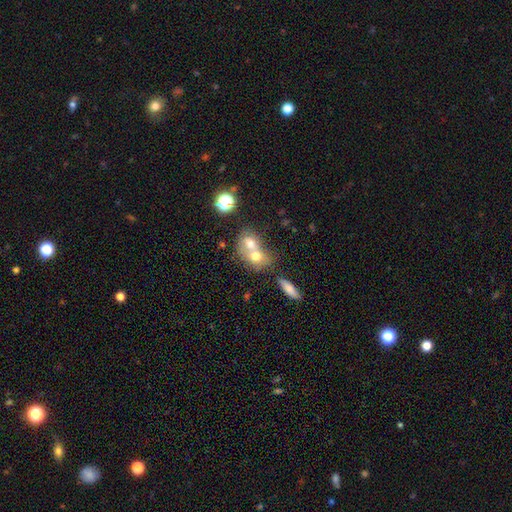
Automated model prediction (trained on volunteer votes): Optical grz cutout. It shows a smooth galaxy with no disk features (64%) that is round (50%). Merging: merger (71%).